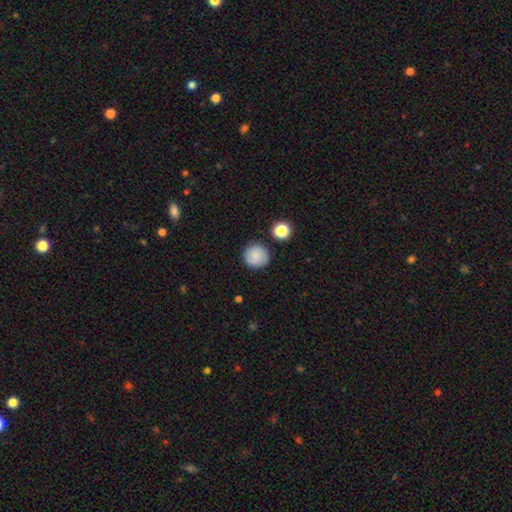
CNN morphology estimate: type=smooth (82%); roundness=round (94%); merging=none (87%).